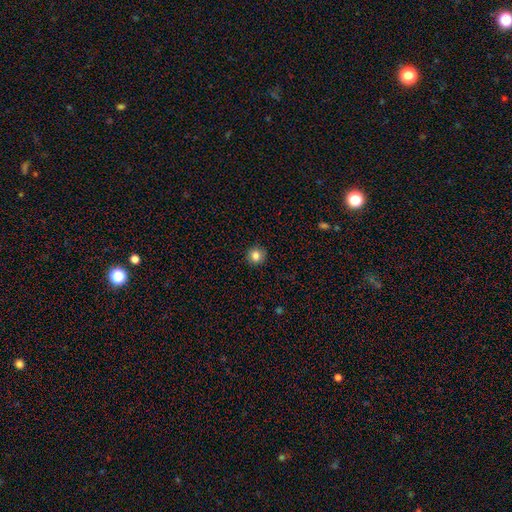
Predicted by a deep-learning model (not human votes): This appears to be a smooth galaxy with no disk features (84%) that is round (93%). Merging: none (91%).